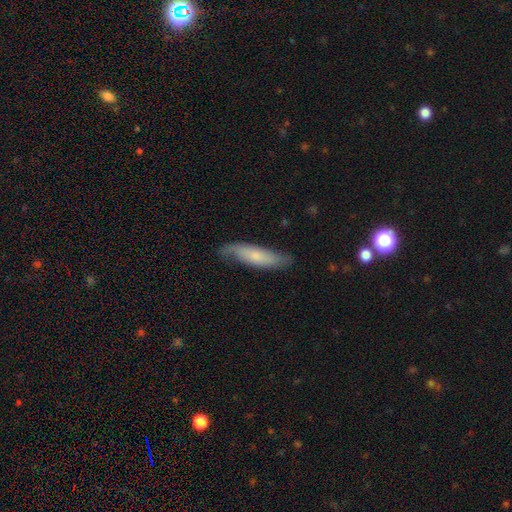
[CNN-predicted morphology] smooth 57%, featured or disk 37%, star or artifact 6%. Down the decision tree: how rounded — cigar-shaped (68%); merging — none (69%).